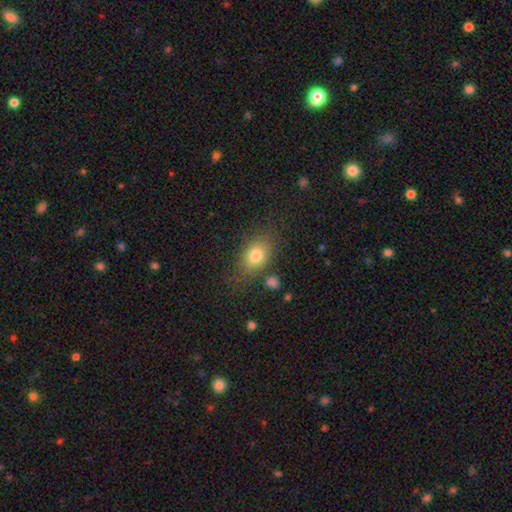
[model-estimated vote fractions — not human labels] Smooth or featured: smooth — 78% (featured or disk — 12%)
How rounded: in between — 75% (round — 23%)
Merging: none — 71% (minor disturbance — 17%)